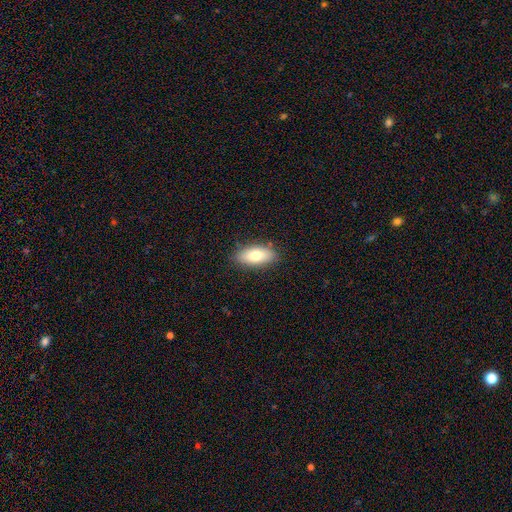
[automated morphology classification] This is likely a smooth galaxy (76%). How rounded: clearly in between (86%). Merging: clearly none (86%).